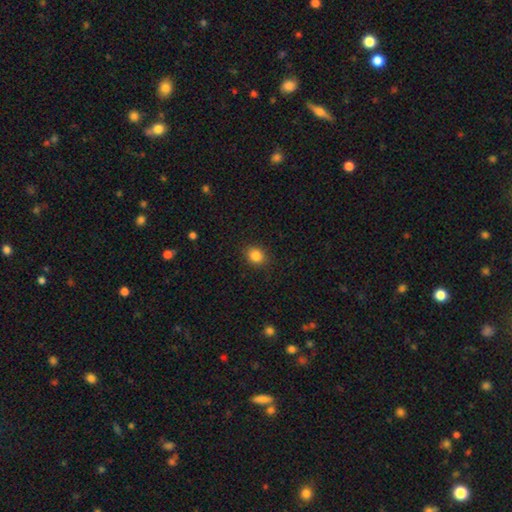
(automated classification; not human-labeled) Smooth or featured? Predicted: smooth (p=0.85). How rounded? Predicted: round (p=0.57). Merging? Predicted: none (p=0.88).